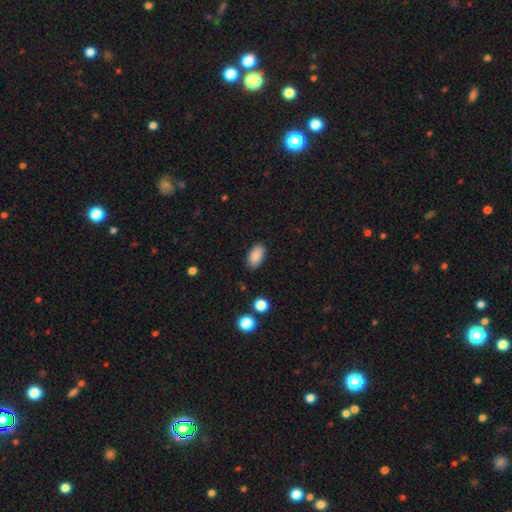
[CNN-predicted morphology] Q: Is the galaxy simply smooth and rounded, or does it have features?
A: smooth — 88%.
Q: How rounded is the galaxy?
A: in between — 93%.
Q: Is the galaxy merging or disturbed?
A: none — 87%.